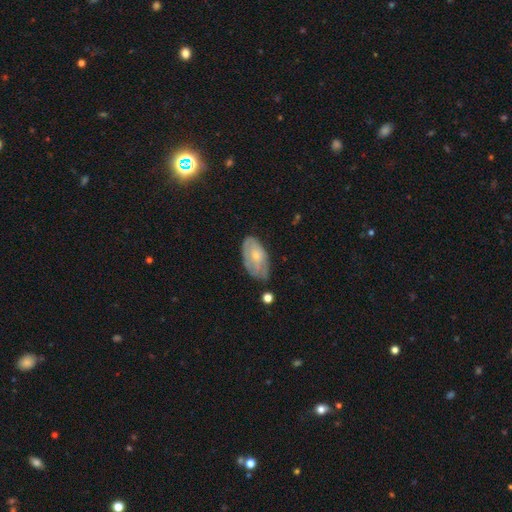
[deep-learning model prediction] Overall: featured or disk (53%; smooth 41%). Edge-on disk: no (93%). Merging: none (61%; minor disturbance 29%).